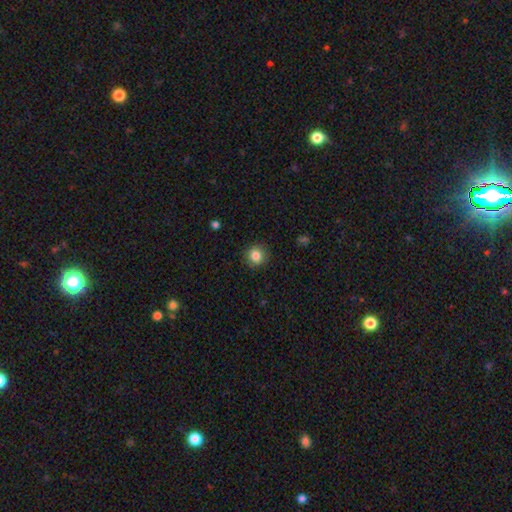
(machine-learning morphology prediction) A smooth galaxy with no disk features (84%) that is round (90%). Merging: none (89%).